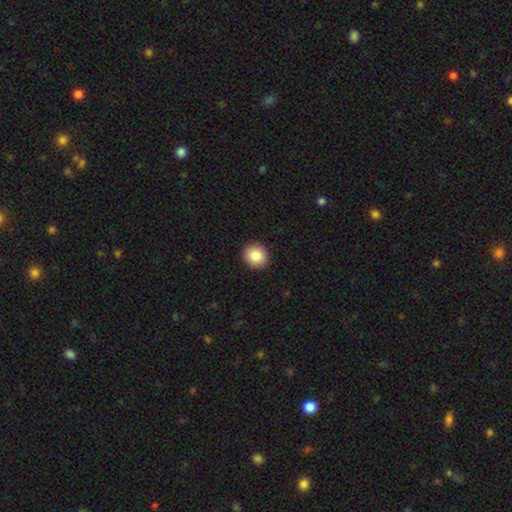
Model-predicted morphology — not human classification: A smooth galaxy with no disk features (87%) that is round (82%). Merging: none (92%).